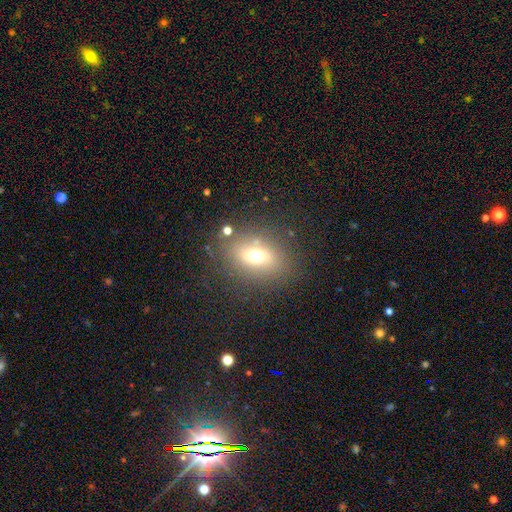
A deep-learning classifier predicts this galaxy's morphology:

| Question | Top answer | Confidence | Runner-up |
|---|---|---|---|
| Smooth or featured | smooth | 63% | featured or disk (22%) |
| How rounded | in between | 68% | round (28%) |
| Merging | none | 78% | minor disturbance (12%) |